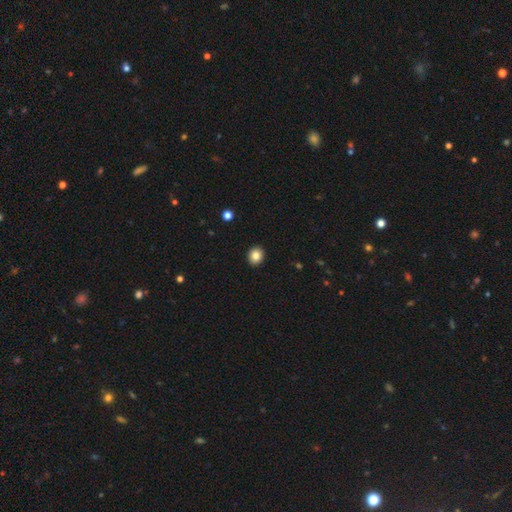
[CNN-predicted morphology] Smooth or featured? Predicted: smooth (p=0.85). How rounded? Predicted: round (p=0.67). Merging? Predicted: none (p=0.92).